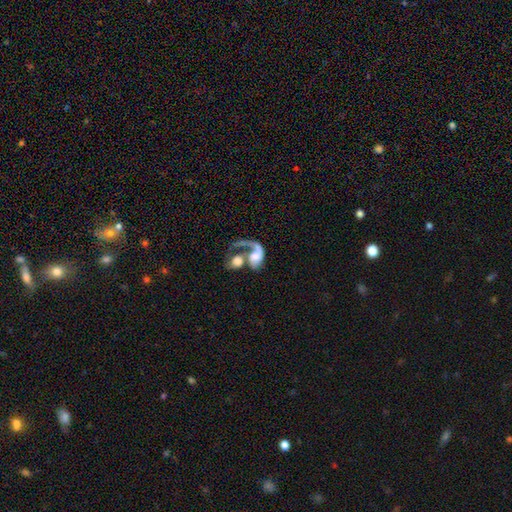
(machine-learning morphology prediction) Smooth or featured? featured or disk (66%)
Edge-on disk? no (97%)
Bar? no (72%)
Spiral arms? yes (80%)
Spiral winding? loose (70%)
Spiral arm count? 1 (86%)
Bulge size? moderate (31%)
Merging? merger (51%)